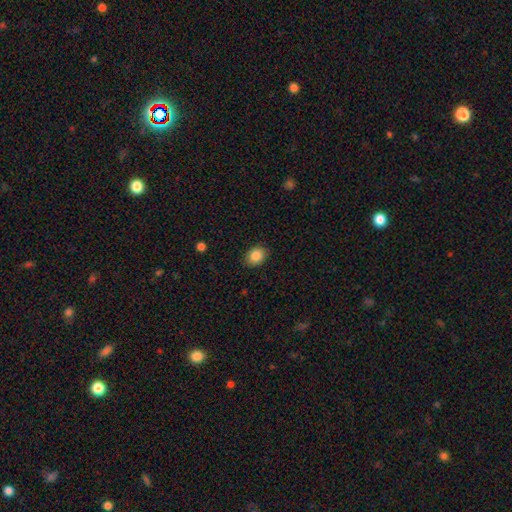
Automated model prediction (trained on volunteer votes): smooth 86%, star or artifact 9%, featured or disk 5%. Down the decision tree: how rounded — in between (59%); merging — none (87%).